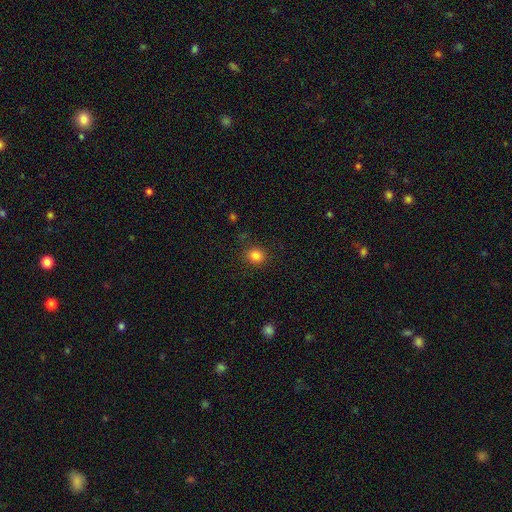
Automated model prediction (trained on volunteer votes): Smooth or featured? Predicted: smooth (p=0.83). How rounded? Predicted: round (p=0.82). Merging? Predicted: none (p=0.87).